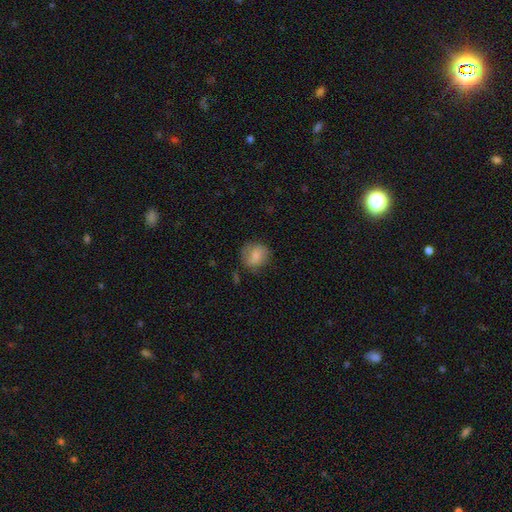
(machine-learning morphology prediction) Q: Smooth or featured?
A: smooth (76%); runner-up: featured or disk (15%)
Q: How rounded?
A: round (78%); runner-up: in between (21%)
Q: Merging?
A: none (69%); runner-up: minor disturbance (22%)